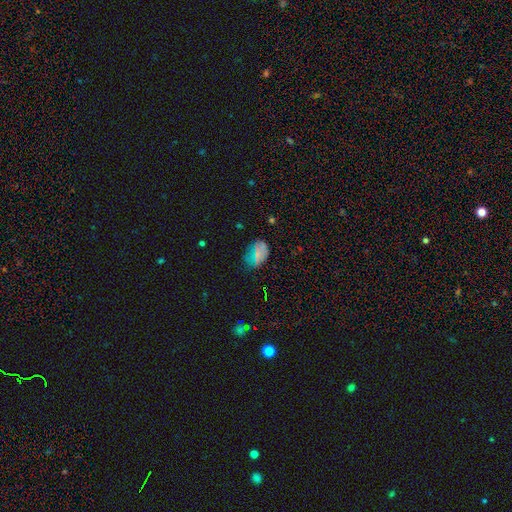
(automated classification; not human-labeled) smooth 56%, star or artifact 31%, featured or disk 12%. Down the decision tree: how rounded — in between (74%); merging — none (70%).